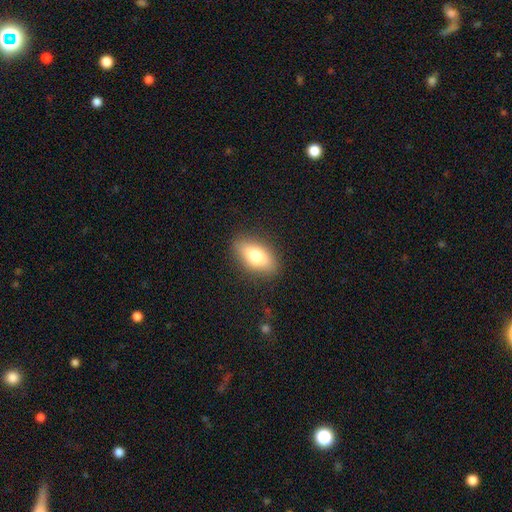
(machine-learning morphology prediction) Smooth or featured? smooth (76%)
How rounded? in between (88%)
Merging? none (87%)